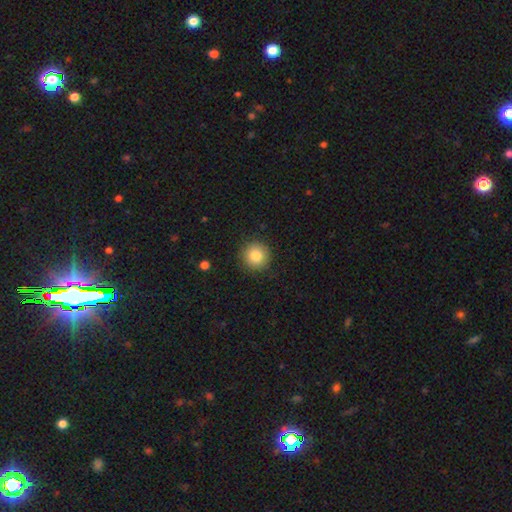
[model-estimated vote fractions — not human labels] Smooth or featured: smooth — 83% (star or artifact — 10%)
How rounded: round — 94% (in between — 5%)
Merging: none — 90% (minor disturbance — 7%)